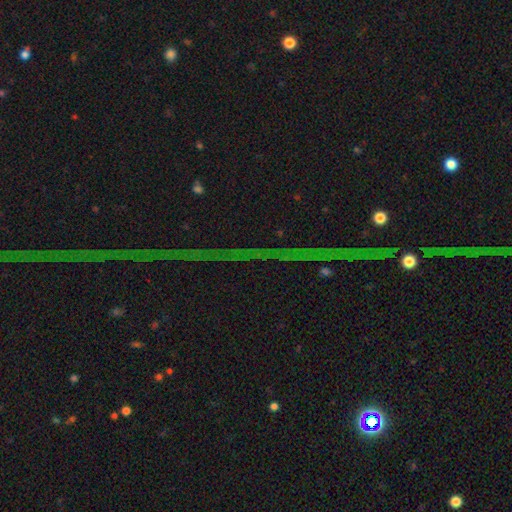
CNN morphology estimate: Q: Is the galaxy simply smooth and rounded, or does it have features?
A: star or artifact — 79%.